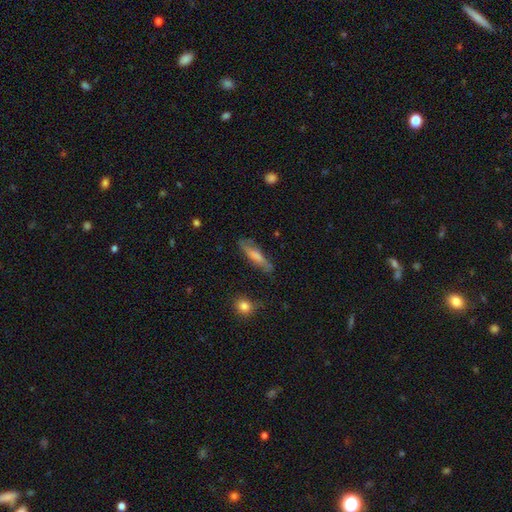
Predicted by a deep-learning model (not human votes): This is likely a smooth galaxy (62%). How rounded: likely cigar-shaped (73%). Merging: likely none (74%).